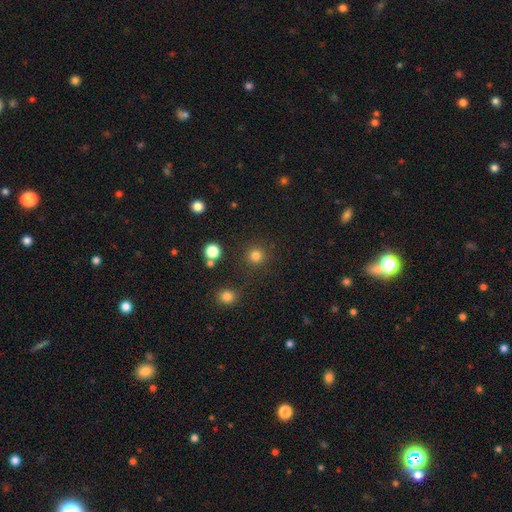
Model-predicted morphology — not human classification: smooth_or_featured: smooth (p=0.80) [alt: star or artifact p=0.15]
how_rounded: round (p=0.95) [alt: in between p=0.04]
merging: none (p=0.89) [alt: minor disturbance p=0.06]